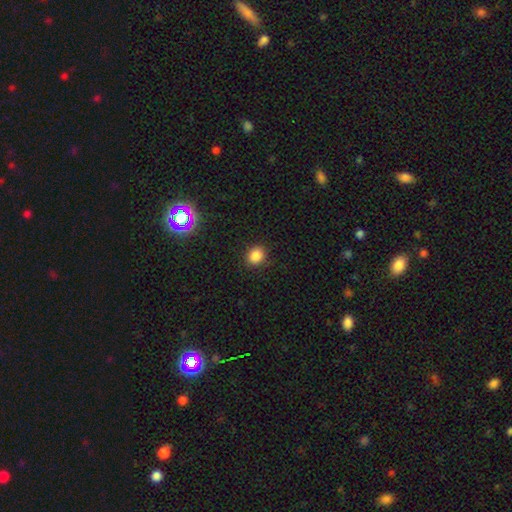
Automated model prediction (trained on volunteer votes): A smooth galaxy with no disk features (85%) that is round (64%). Merging: none (88%).